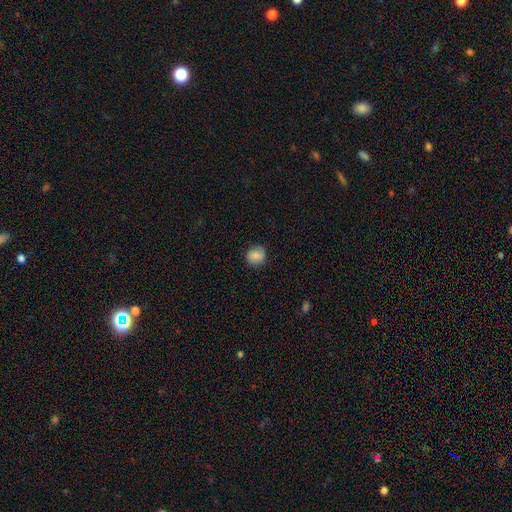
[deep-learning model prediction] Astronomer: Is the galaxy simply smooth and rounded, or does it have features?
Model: smooth — 84%.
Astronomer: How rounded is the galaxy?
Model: round — 86%.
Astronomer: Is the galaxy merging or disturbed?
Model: none — 86%.